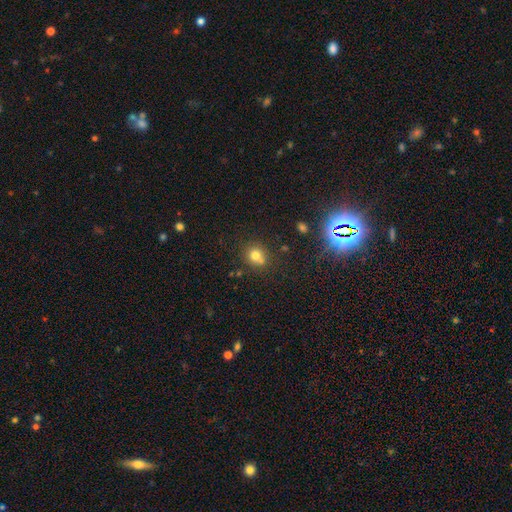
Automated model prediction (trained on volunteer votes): A smooth galaxy with no disk features (74%) that is round (83%).

Vote fractions:
- Smooth or featured? smooth: 74% / star or artifact: 15% / featured or disk: 10%
- How rounded? round: 83% / in between: 17% / cigar-shaped: 1%
- Merging? none: 63% / merger: 23% / minor disturbance: 11% / major disturbance: 3%